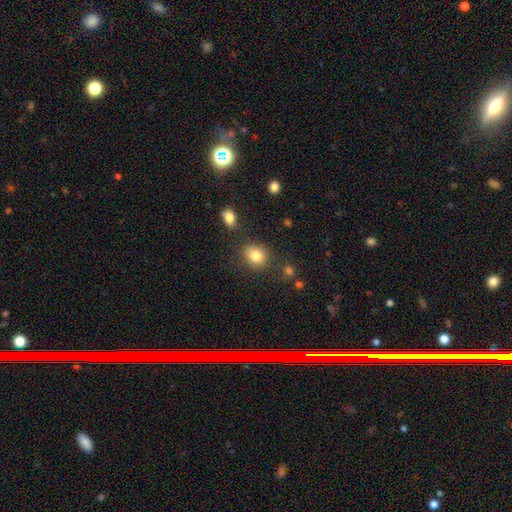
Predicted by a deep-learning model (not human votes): A smooth galaxy with no disk features (82%) that is round (64%). Merging: none (80%).